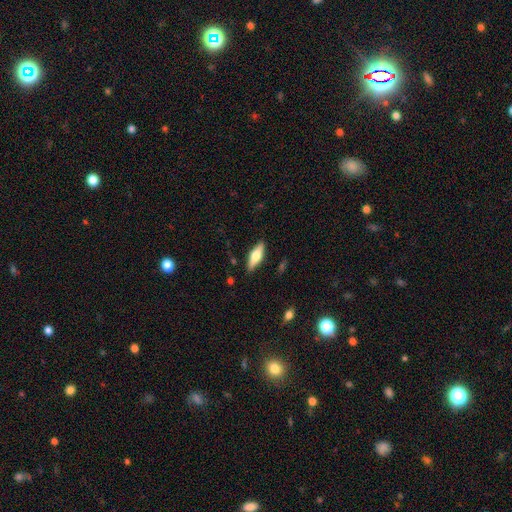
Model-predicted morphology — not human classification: Overall: smooth (53%; featured or disk 41%). How rounded: in between (57%; cigar-shaped 41%). Merging: none (87%).